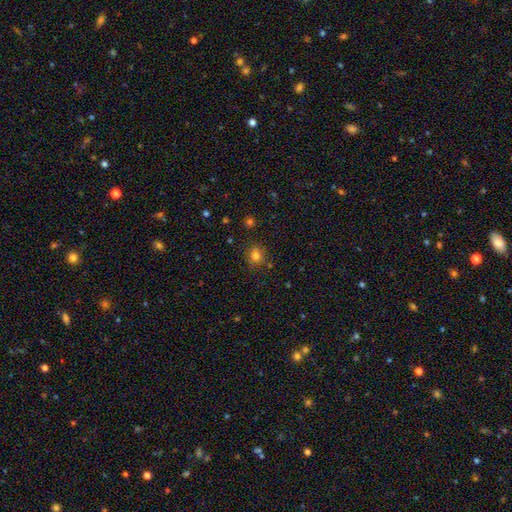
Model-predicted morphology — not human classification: Overall: smooth (77%). How rounded: round (70%). Merging: none (81%).